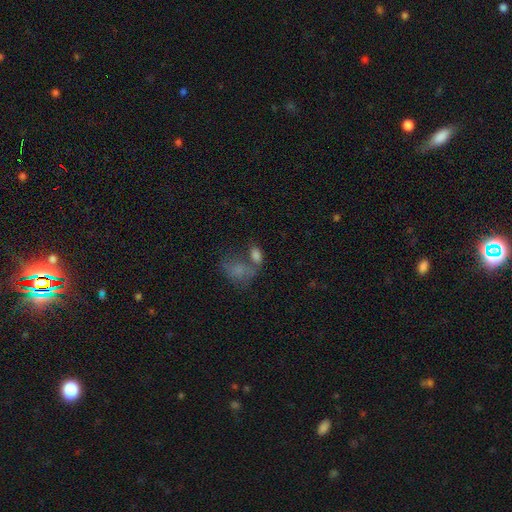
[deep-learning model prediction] A smooth galaxy with no disk features (77%) that is in between round and cigar-shaped (86%). Merging: merger (42%).